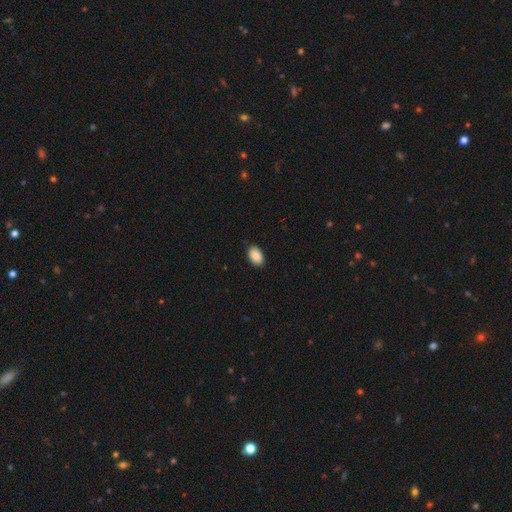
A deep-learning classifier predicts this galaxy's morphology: Overall: smooth (90%). How rounded: in between (92%). Merging: none (87%).